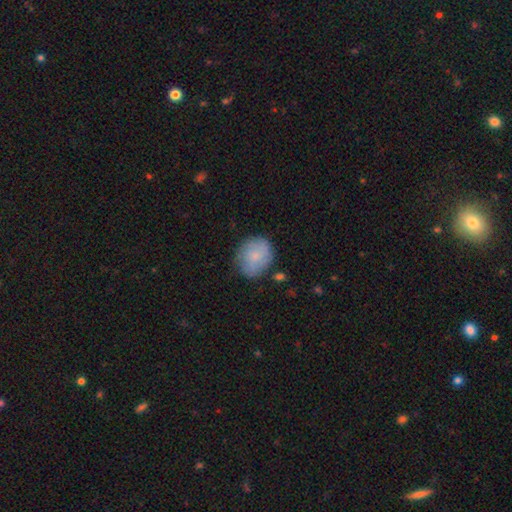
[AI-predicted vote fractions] A smooth galaxy with no disk features (71%) that is round (65%). Merging: none (70%).